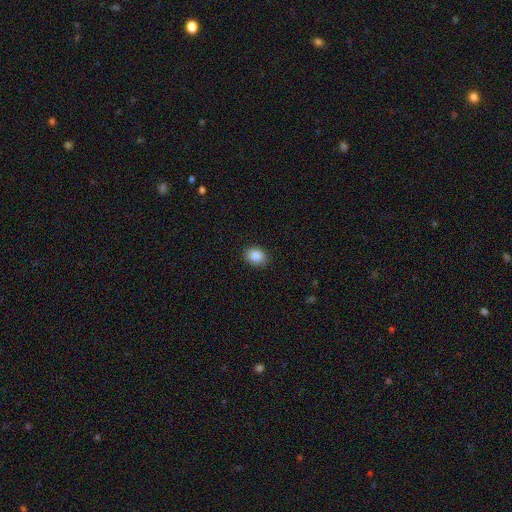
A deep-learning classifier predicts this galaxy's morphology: Smooth or featured? smooth (88%)
How rounded? in between (53%)
Merging? none (90%)